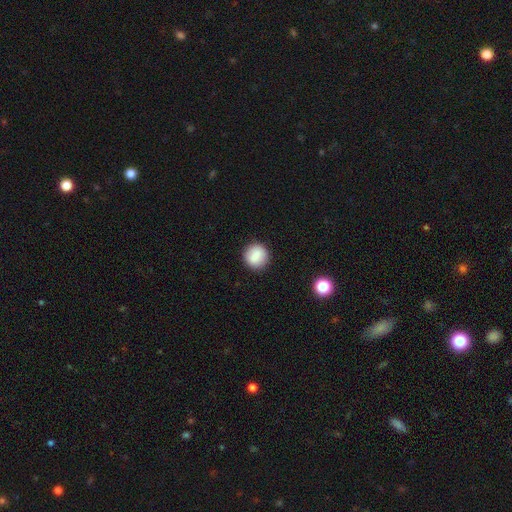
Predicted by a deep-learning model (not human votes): Smooth or featured: smooth — 84% (featured or disk — 8%)
How rounded: round — 86% (in between — 13%)
Merging: none — 88% (minor disturbance — 8%)